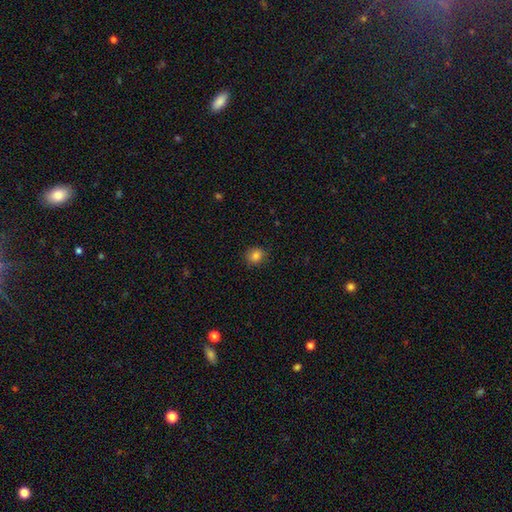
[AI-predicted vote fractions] Morphology: type=smooth (84%); roundness=round (78%); merging=none (86%).